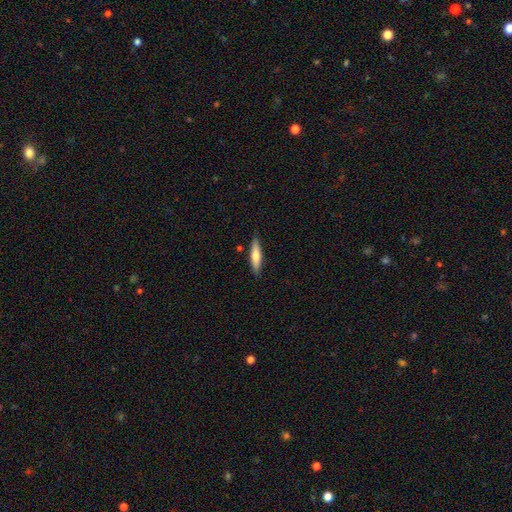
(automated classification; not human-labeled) The model was most divided on "smooth or featured": smooth: 62%, featured or disk: 32%, star or artifact: 6%. More confident: merging — none (86%); how rounded — cigar-shaped (79%).